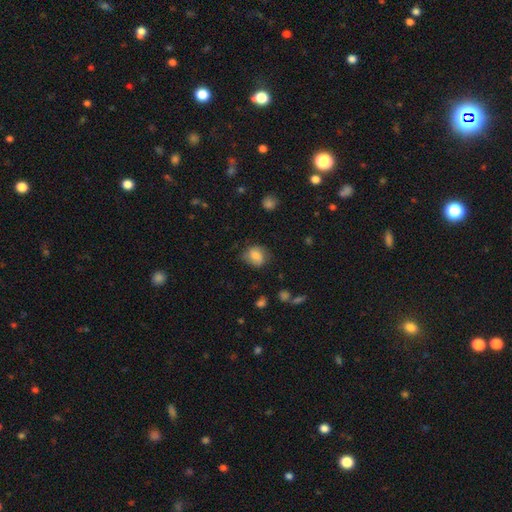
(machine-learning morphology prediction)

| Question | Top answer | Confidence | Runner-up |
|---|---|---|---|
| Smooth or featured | smooth | 78% | featured or disk (14%) |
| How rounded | round | 52% | in between (47%) |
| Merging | none | 64% | minor disturbance (25%) |